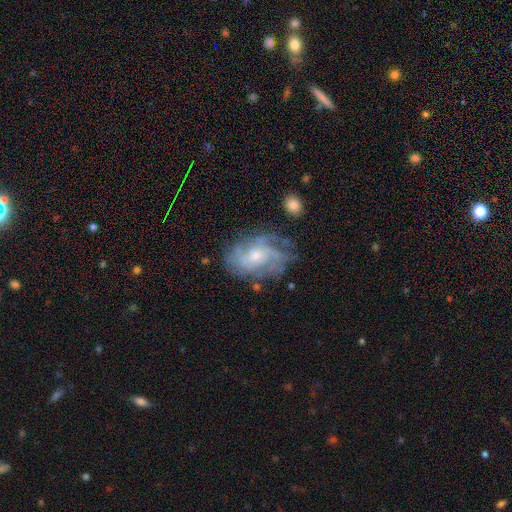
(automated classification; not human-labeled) Smooth or featured: featured or disk — 82% (smooth — 11%)
Edge-on disk: no — 97% (yes — 3%)
Bar: no — 70% (weak — 26%)
Spiral arms: yes — 93% (no — 7%)
Spiral winding: tight — 47% (medium — 40%)
Spiral arm count: can't tell — 33% (3 — 21%)
Bulge size: small — 56% (moderate — 39%)
Merging: none — 70% (minor disturbance — 19%)